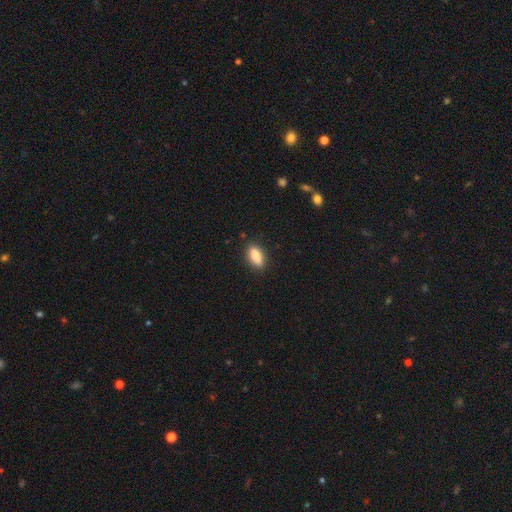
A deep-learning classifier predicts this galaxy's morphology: Smooth or featured? smooth (79%)
How rounded? in between (68%)
Merging? none (85%)